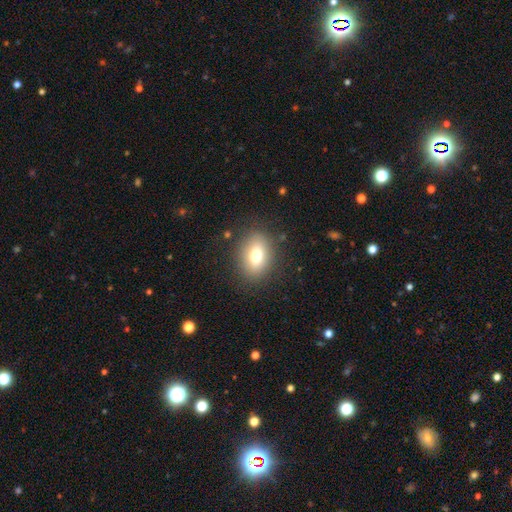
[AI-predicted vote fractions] This appears to be a smooth galaxy with no disk features (74%) that is in between round and cigar-shaped (70%). Merging: none (84%).